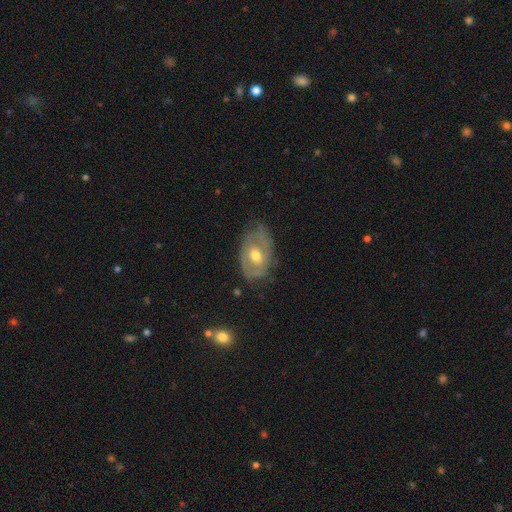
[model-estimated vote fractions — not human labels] Q: Smooth or featured?
A: featured or disk (70%); runner-up: smooth (24%)
Q: Edge-on disk?
A: no (93%); runner-up: yes (7%)
Q: Bar?
A: no (56%); runner-up: weak (35%)
Q: Spiral arms?
A: yes (67%); runner-up: no (33%)
Q: Bulge size?
A: moderate (77%); runner-up: small (14%)
Q: Merging?
A: none (57%); runner-up: minor disturbance (30%)